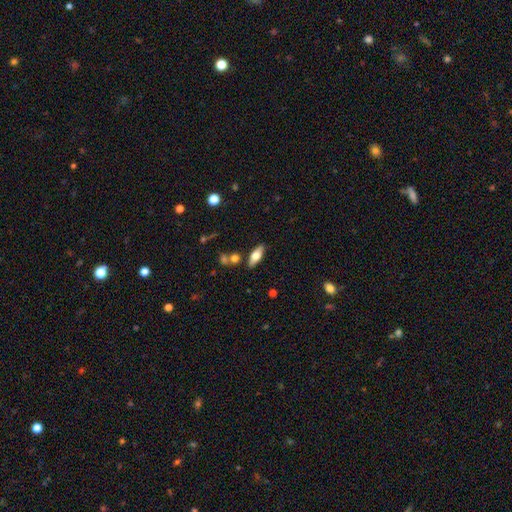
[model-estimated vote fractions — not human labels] Morphology: type=smooth (57%); roundness=in between (71%); merging=none (81%).